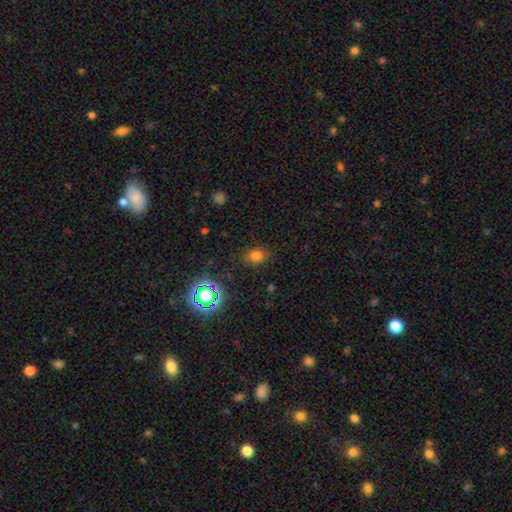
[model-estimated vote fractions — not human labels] This appears to be a smooth galaxy with no disk features (73%) that is in between round and cigar-shaped (60%). Merging: none (82%).